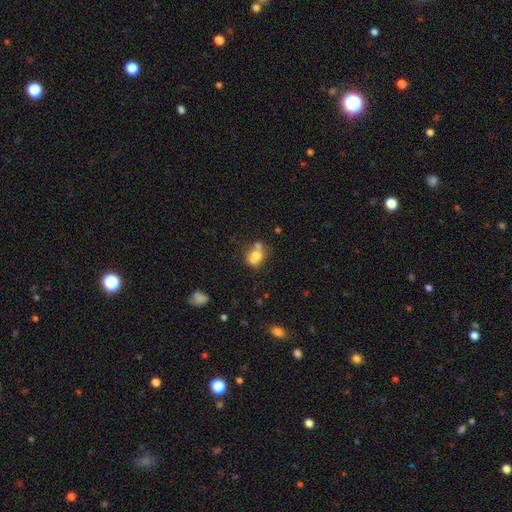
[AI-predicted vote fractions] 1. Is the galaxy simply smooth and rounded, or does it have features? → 71% smooth, 18% featured or disk, 11% star or artifact.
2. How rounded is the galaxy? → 51% round, 48% in between, 1% cigar-shaped.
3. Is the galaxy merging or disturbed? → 43% merger, 37% none, 14% minor disturbance, 6% major disturbance.